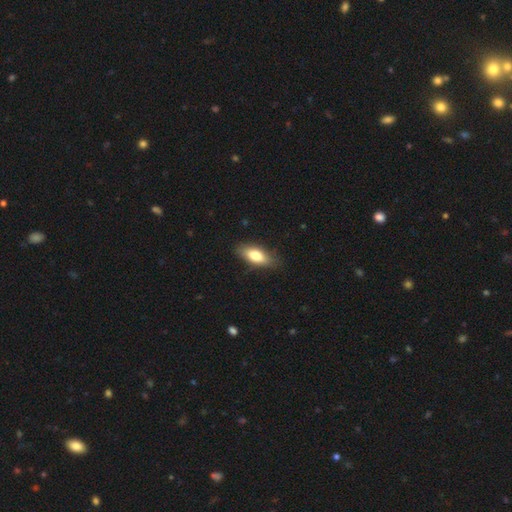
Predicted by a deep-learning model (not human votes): Overall: smooth (75%). How rounded: in between (79%). Merging: none (82%).